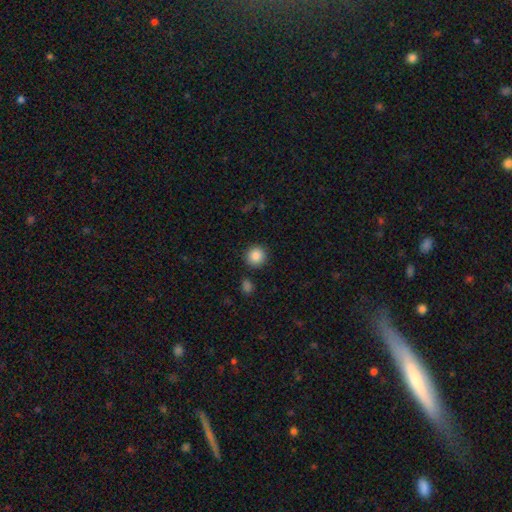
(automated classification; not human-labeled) Morphology: type=smooth (87%); roundness=round (93%); merging=none (89%).